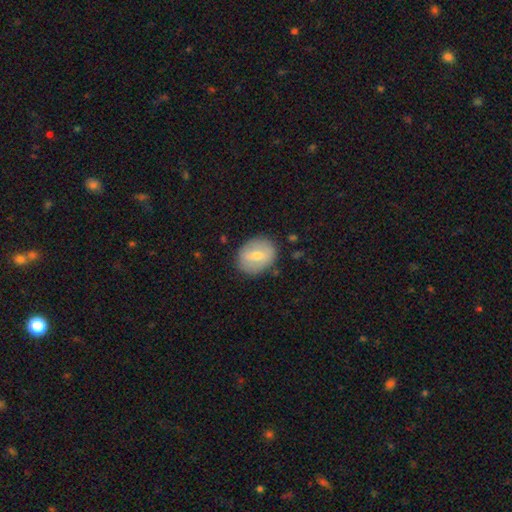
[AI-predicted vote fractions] A smooth galaxy with no disk features (57%) that is round (50%). Merging: none (84%).